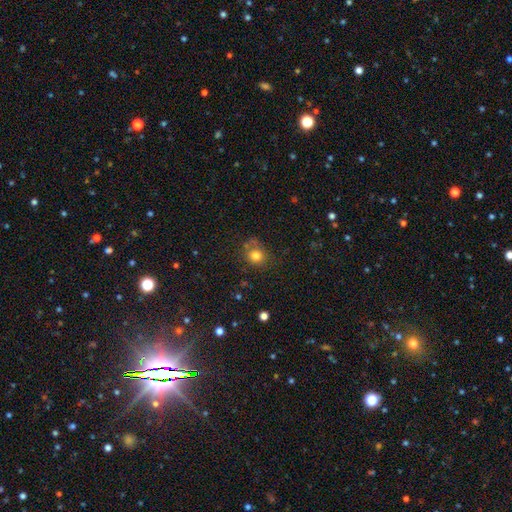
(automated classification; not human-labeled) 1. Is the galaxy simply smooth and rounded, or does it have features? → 79% smooth, 13% star or artifact, 8% featured or disk.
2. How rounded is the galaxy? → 81% round, 18% in between, 1% cigar-shaped.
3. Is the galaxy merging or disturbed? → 65% none, 18% minor disturbance, 10% merger, 7% major disturbance.